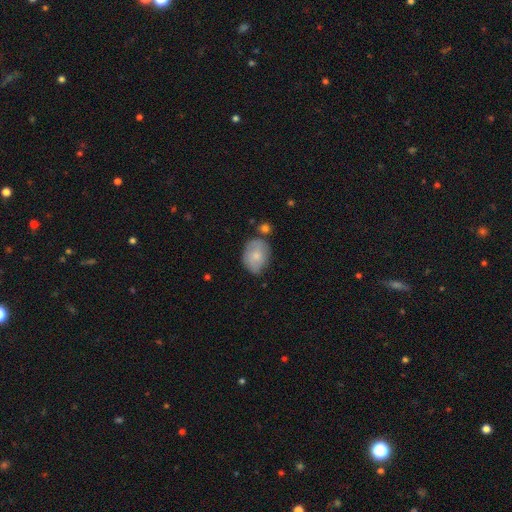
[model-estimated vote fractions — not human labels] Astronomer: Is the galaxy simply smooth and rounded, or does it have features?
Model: smooth — 74%.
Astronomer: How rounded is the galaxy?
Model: in between — 67%.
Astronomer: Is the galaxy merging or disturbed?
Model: none — 58%.